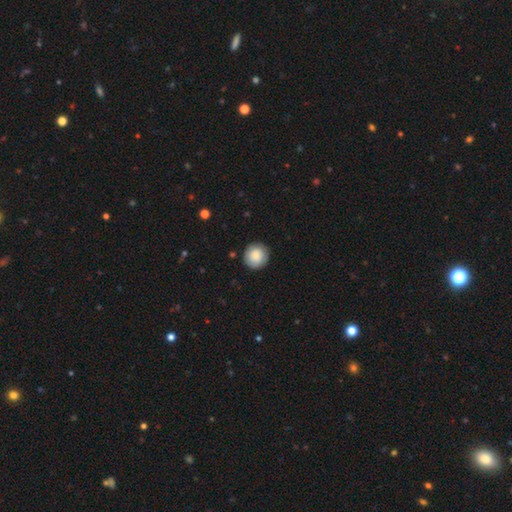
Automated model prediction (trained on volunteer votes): A smooth galaxy with no disk features (78%) that is round (94%). Merging: none (88%).